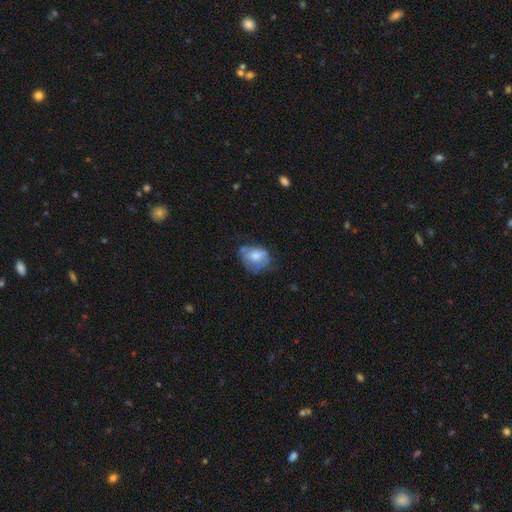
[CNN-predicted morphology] A smooth galaxy with no disk features (60%) that is in between round and cigar-shaped (59%).

Vote fractions:
- Smooth or featured? smooth: 60% / featured or disk: 32% / star or artifact: 8%
- How rounded? in between: 59% / round: 40% / cigar-shaped: 1%
- Merging? none: 41% / minor disturbance: 35% / major disturbance: 19% / merger: 5%